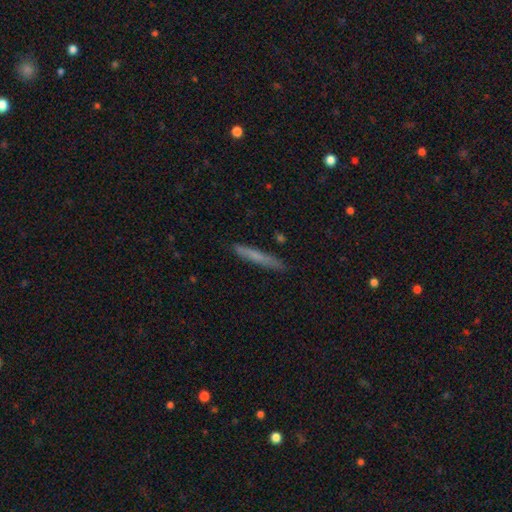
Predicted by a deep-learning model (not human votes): This appears to be a smooth galaxy with no disk features (65%) that is cigar-shaped (95%). Merging: none (87%).